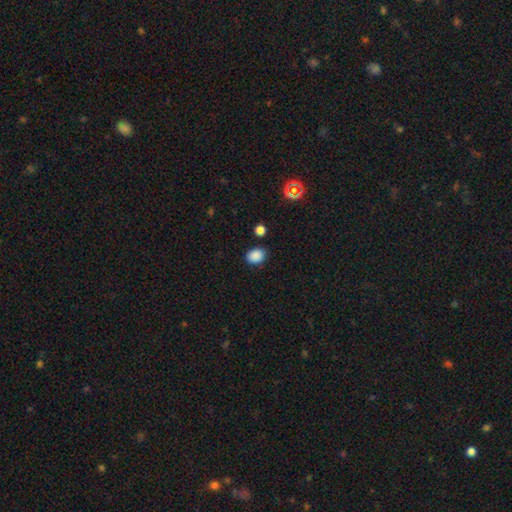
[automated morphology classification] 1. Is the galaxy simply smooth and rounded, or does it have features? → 87% smooth, 10% star or artifact, 3% featured or disk.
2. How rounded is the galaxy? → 60% in between, 39% round, 1% cigar-shaped.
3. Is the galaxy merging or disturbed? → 83% none, 11% minor disturbance, 3% merger, 3% major disturbance.